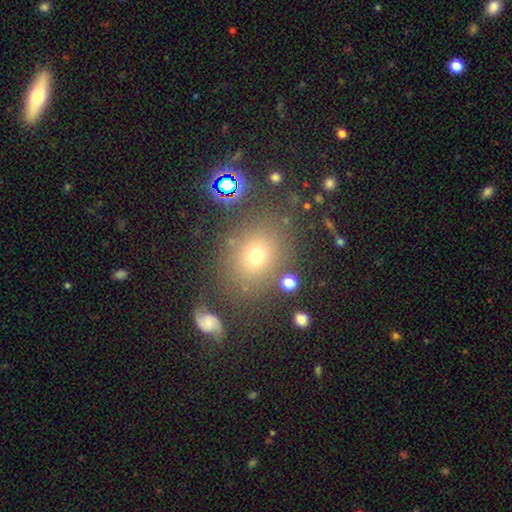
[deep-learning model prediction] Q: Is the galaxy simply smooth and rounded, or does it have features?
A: smooth — 65%.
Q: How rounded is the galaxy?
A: round — 59%.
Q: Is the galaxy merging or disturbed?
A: none — 77%.